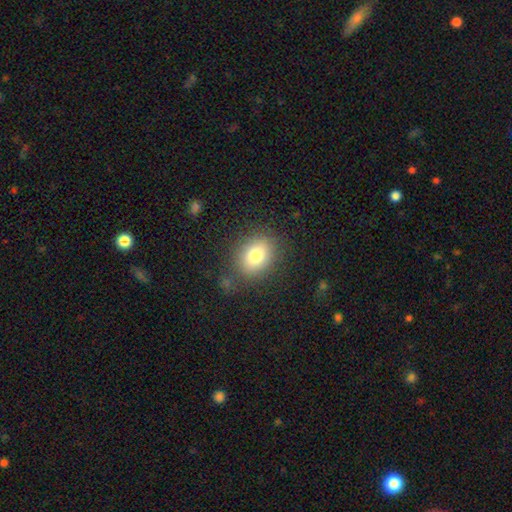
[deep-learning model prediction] Smooth or featured?
  - smooth: 79% *
  - featured or disk: 11%
  - star or artifact: 10%
How rounded?
  - in between: 54% *
  - round: 45%
  - cigar-shaped: 1%
Merging?
  - none: 78% *
  - minor disturbance: 13%
  - major disturbance: 6%
  - merger: 3%